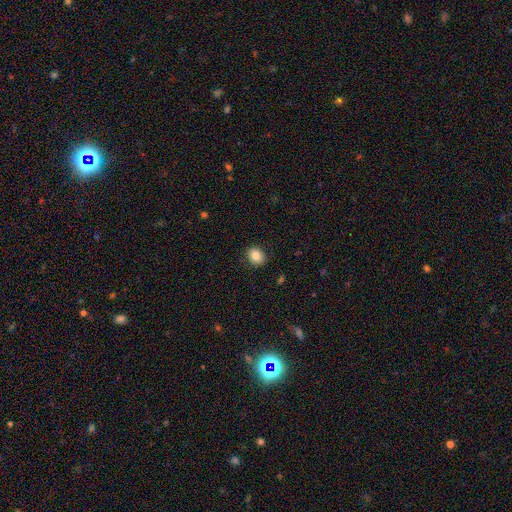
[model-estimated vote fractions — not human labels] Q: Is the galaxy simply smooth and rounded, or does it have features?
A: smooth — 84%.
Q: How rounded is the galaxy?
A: round — 57%.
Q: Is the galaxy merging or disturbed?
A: none — 88%.